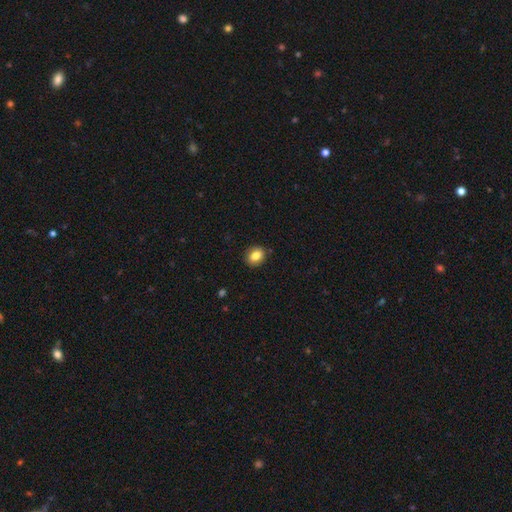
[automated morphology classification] Smooth or featured: smooth — 81% (featured or disk — 10%)
How rounded: round — 53% (in between — 46%)
Merging: none — 88% (minor disturbance — 9%)